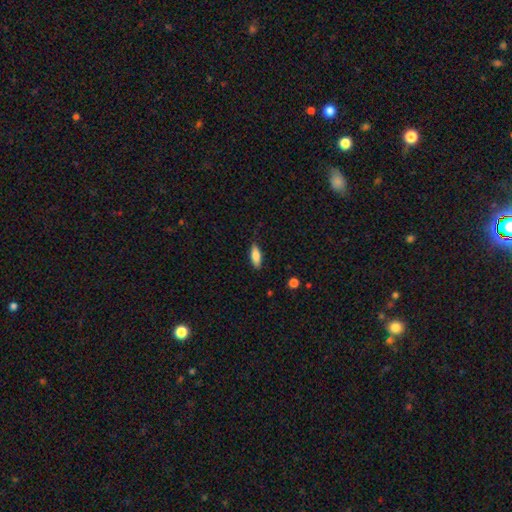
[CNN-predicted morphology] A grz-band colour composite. It shows a smooth galaxy with no disk features (82%) that is in between round and cigar-shaped (66%). Merging: none (84%).